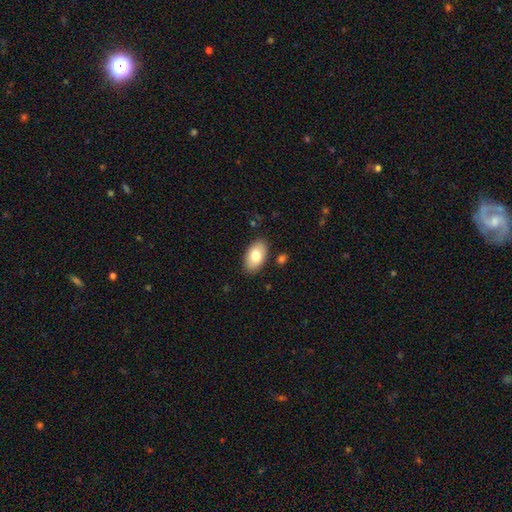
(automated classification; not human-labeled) Morphology: type=smooth (79%); roundness=in between (94%); merging=none (85%).